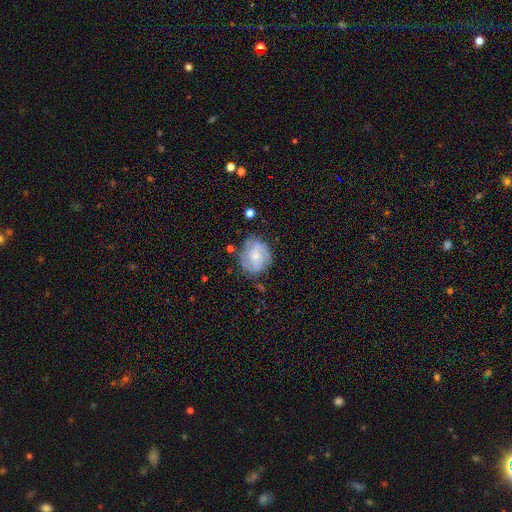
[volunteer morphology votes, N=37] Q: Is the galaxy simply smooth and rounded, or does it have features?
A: smooth — 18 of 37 (49%, tied with featured or disk).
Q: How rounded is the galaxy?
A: round — 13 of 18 (72%).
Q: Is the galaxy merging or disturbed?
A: none — 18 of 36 (50%).